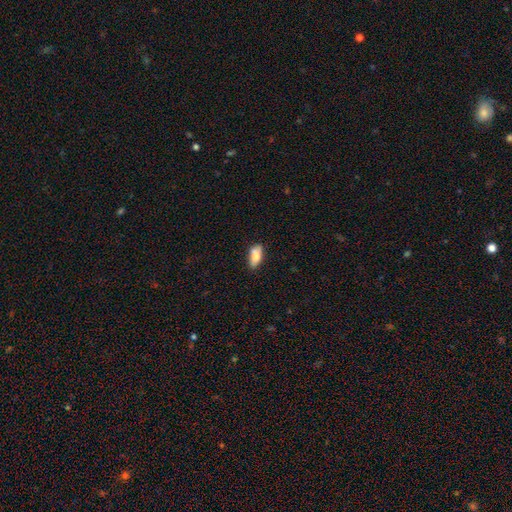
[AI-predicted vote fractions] Smooth or featured: smooth — 78% (featured or disk — 15%)
How rounded: in between — 83% (cigar-shaped — 14%)
Merging: none — 71% (minor disturbance — 20%)